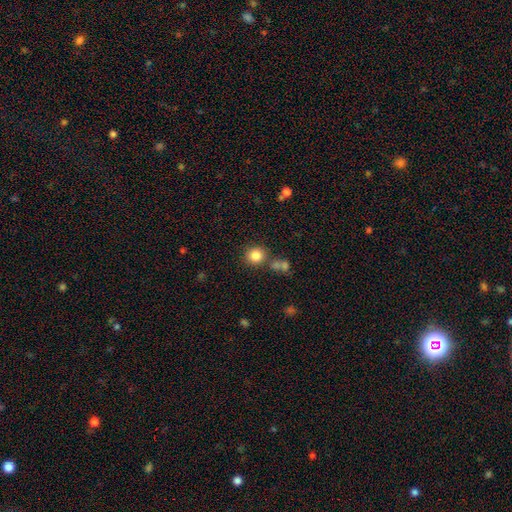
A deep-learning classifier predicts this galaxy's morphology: This appears to be a smooth galaxy with no disk features (83%) that is round (90%). Merging: none (77%).